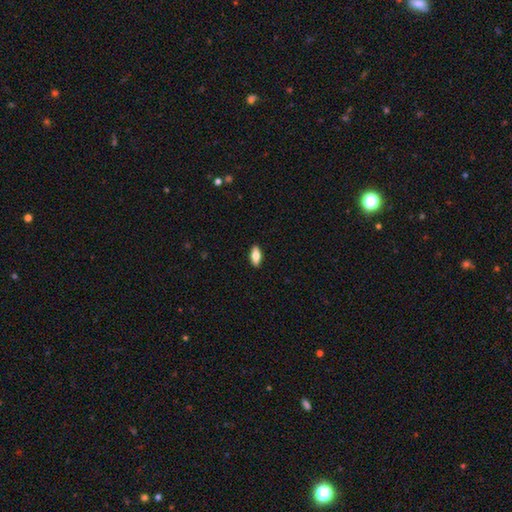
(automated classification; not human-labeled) smooth_or_featured: smooth (p=0.70) [alt: featured or disk p=0.24]
how_rounded: in between (p=0.80) [alt: cigar-shaped p=0.18]
merging: none (p=0.90) [alt: minor disturbance p=0.08]